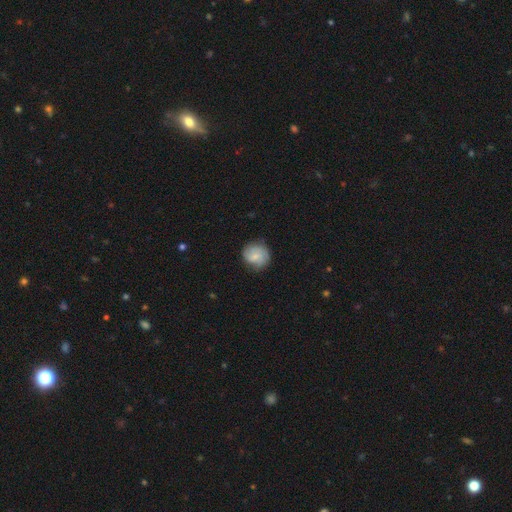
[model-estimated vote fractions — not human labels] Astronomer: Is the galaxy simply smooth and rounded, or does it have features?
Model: smooth — 64%.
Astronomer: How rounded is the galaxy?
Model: round — 84%.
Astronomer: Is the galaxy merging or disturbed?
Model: none — 73%.